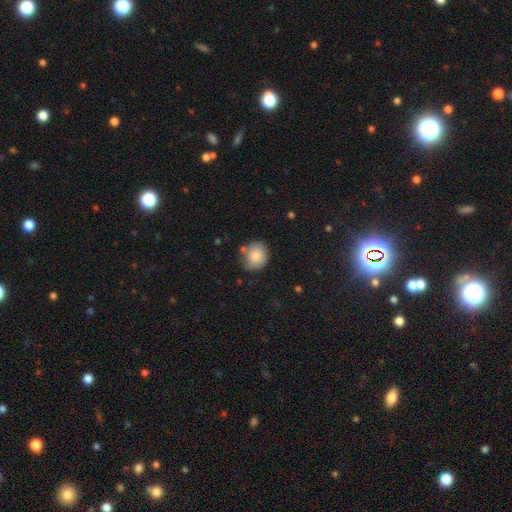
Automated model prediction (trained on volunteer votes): This appears to be a smooth galaxy with no disk features (80%) that is round (80%). Merging: none (71%).